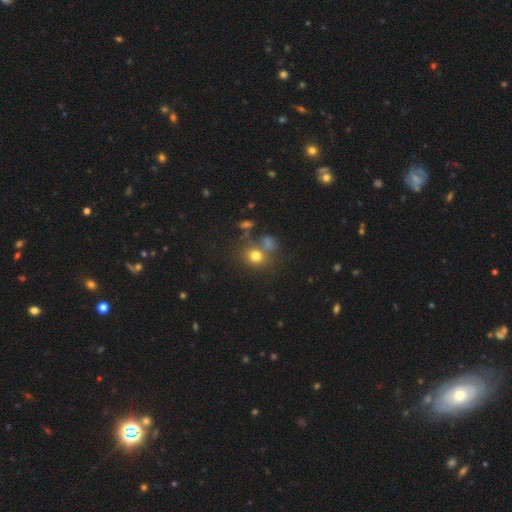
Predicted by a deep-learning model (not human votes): Smooth or featured?
  - smooth: 74% *
  - star or artifact: 15%
  - featured or disk: 11%
How rounded?
  - round: 74% *
  - in between: 24%
  - cigar-shaped: 1%
Merging?
  - none: 58% *
  - merger: 23%
  - minor disturbance: 13%
  - major disturbance: 6%